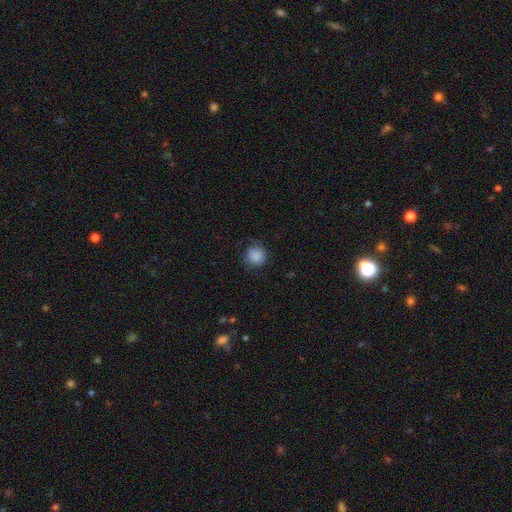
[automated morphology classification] Q: Smooth or featured?
A: smooth (84%); runner-up: star or artifact (8%)
Q: How rounded?
A: round (88%); runner-up: in between (12%)
Q: Merging?
A: none (71%); runner-up: minor disturbance (20%)